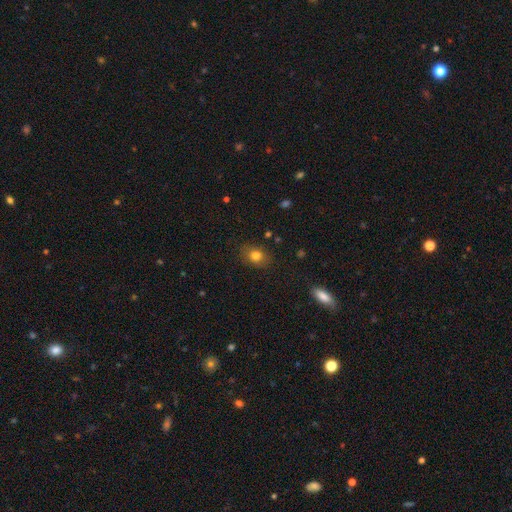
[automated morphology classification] The model was most divided on "how rounded": in between: 59%, round: 40%, cigar-shaped: 1%. More confident: merging — none (82%); smooth or featured — smooth (79%).